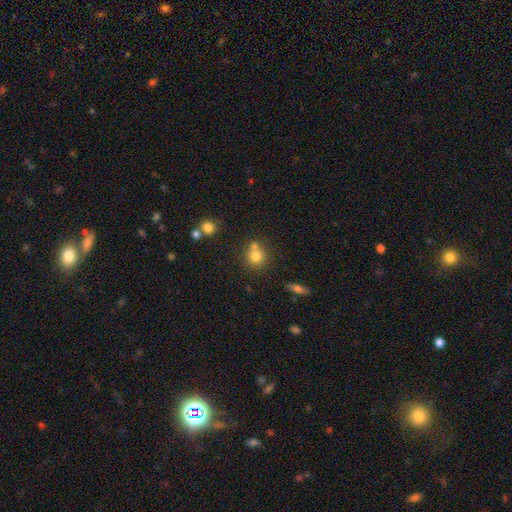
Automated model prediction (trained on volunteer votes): smooth-or-featured: smooth: 76% | star or artifact: 12% | featured or disk: 12%
  how-rounded: round: 86% | in between: 12% | cigar-shaped: 1%
  merging: none: 51% | merger: 36% | minor disturbance: 9% | major disturbance: 3%